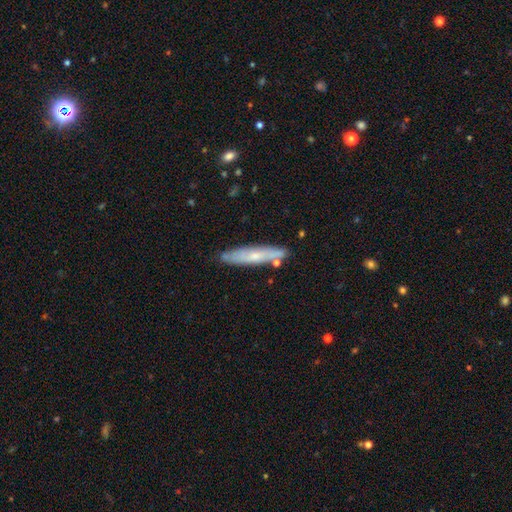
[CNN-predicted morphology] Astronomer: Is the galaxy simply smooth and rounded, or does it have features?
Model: smooth — 48% (runner-up: featured or disk, 45%).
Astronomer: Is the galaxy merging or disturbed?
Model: none — 81%.